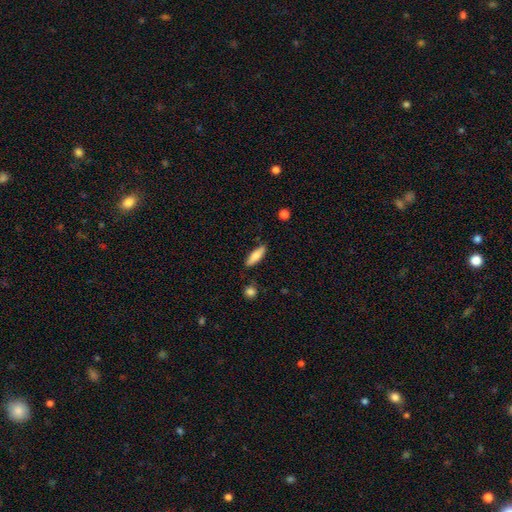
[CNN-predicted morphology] smooth 78%, featured or disk 15%, star or artifact 6%. Down the decision tree: how rounded — cigar-shaped (54%); merging — none (83%).